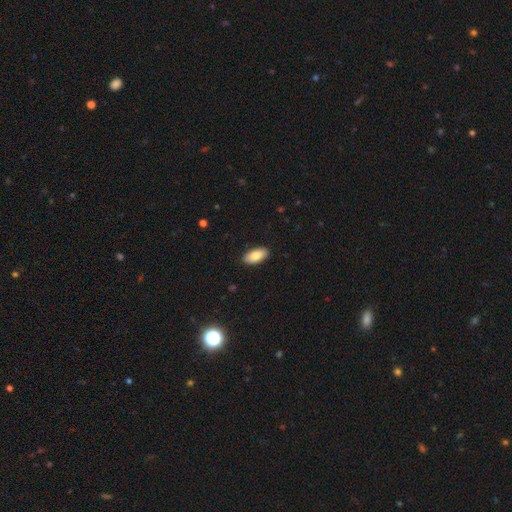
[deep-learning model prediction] Smooth or featured? Predicted: smooth (p=0.85). How rounded? Predicted: in between (p=0.93). Merging? Predicted: none (p=0.90).